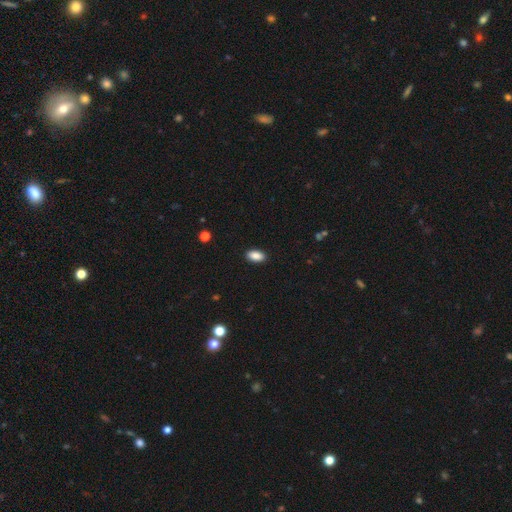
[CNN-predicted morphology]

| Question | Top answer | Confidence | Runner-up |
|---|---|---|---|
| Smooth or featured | smooth | 89% | star or artifact (7%) |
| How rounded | in between | 93% | round (4%) |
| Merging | none | 90% | minor disturbance (7%) |